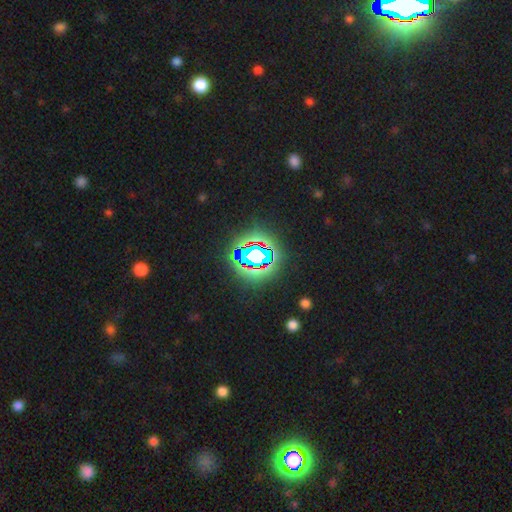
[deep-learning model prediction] Morphology: type=star or artifact (71%).